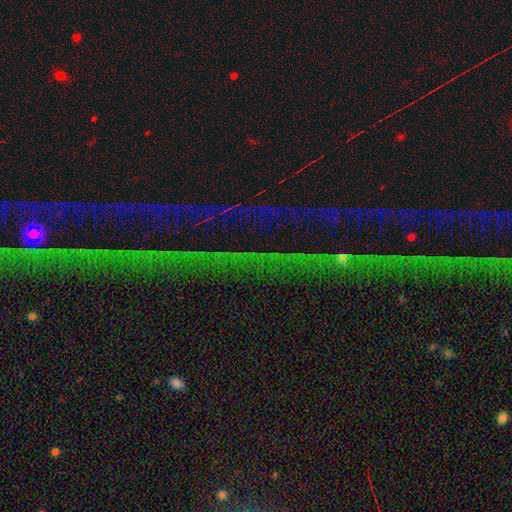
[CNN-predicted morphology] type=star or artifact (75%).